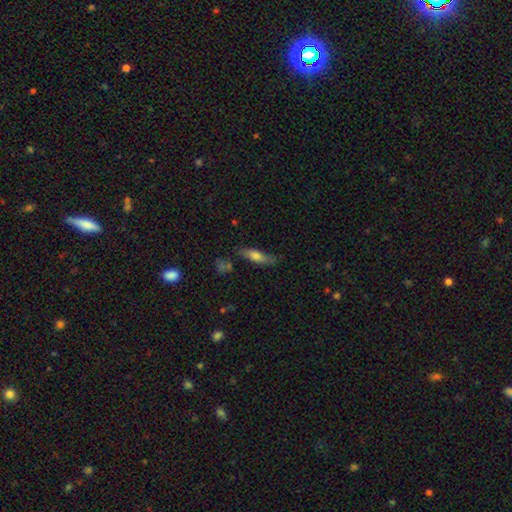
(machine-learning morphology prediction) Overall: smooth (65%; featured or disk 27%). How rounded: cigar-shaped (62%; in between 35%). Merging: none (71%).